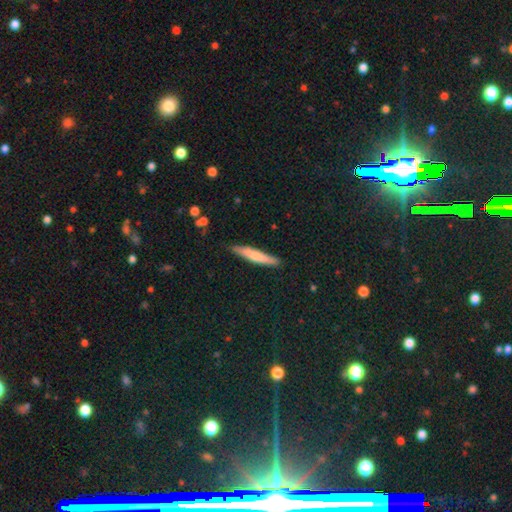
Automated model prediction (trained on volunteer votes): Smooth or featured? smooth (66%)
How rounded? cigar-shaped (92%)
Merging? none (86%)